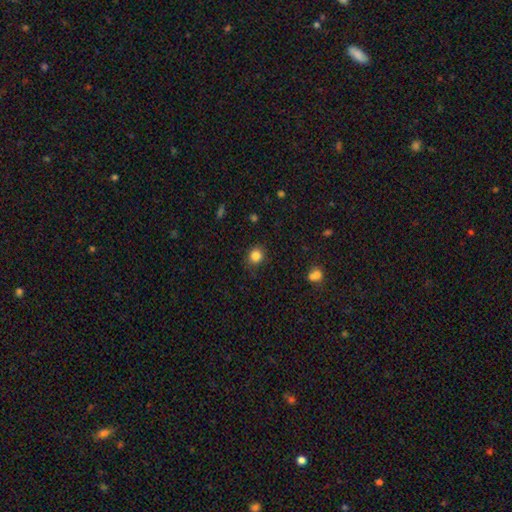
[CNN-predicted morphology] Smooth or featured: smooth — 84% (star or artifact — 11%)
How rounded: round — 75% (in between — 24%)
Merging: none — 82% (minor disturbance — 13%)